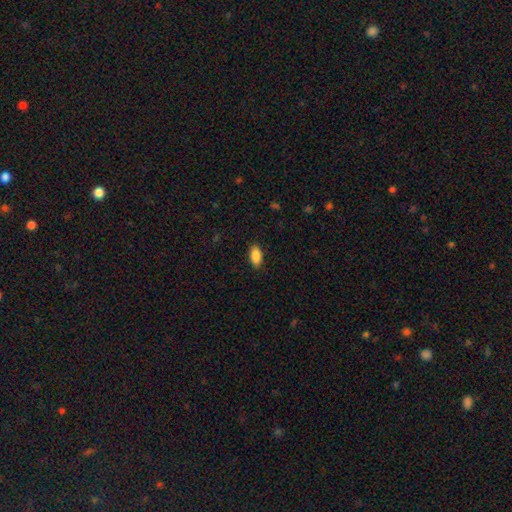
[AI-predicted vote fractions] This appears to be a smooth galaxy with no disk features (89%) that is in between round and cigar-shaped (92%). Merging: none (88%).